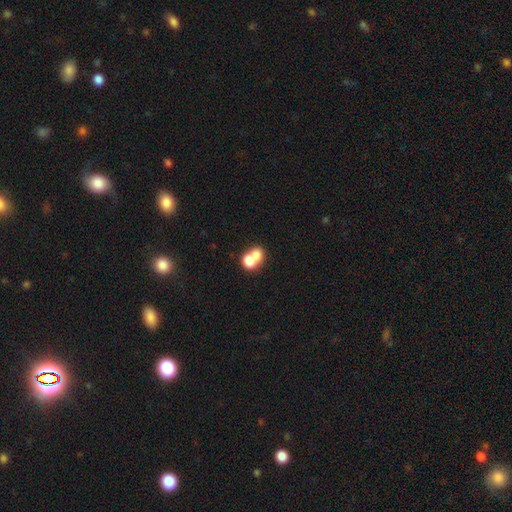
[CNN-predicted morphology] smooth 70%, featured or disk 19%, star or artifact 10%. Down the decision tree: how rounded — round (53%); merging — merger (67%).